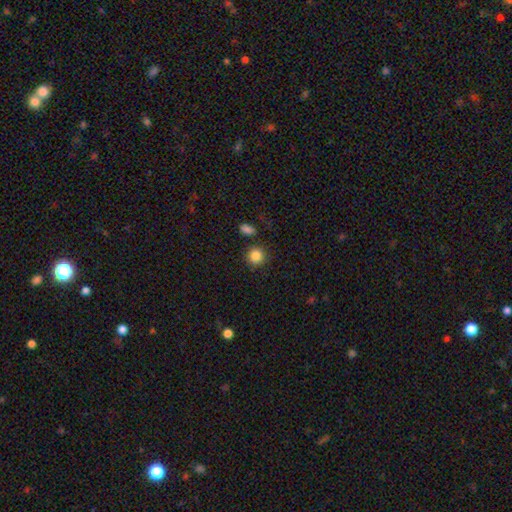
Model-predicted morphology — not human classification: This appears to be a smooth galaxy with no disk features (86%) that is round (90%). Merging: none (82%).